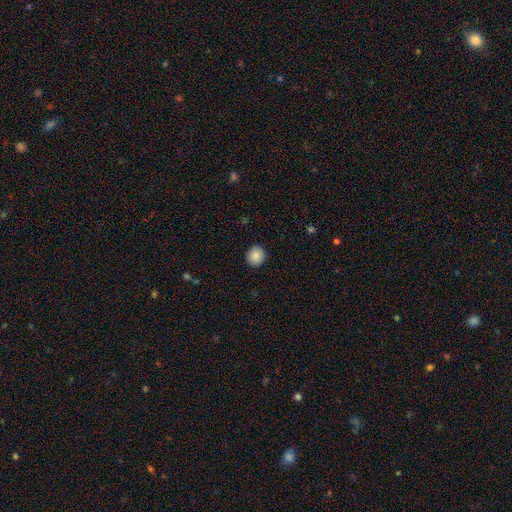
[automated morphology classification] smooth-or-featured: smooth: 87% | star or artifact: 8% | featured or disk: 5%
  how-rounded: round: 84% | in between: 15% | cigar-shaped: 1%
  merging: none: 91% | minor disturbance: 6% | major disturbance: 2% | merger: 1%